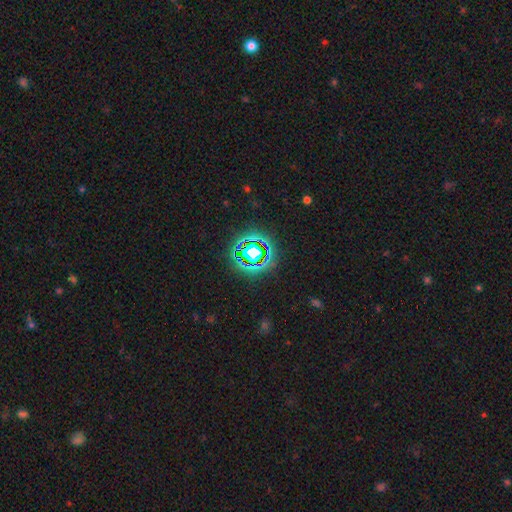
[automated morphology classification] Smooth or featured? star or artifact (71%)